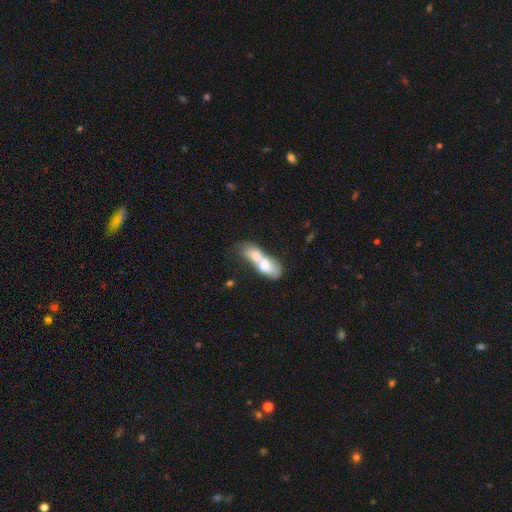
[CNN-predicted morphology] type=smooth (57%); roundness=in between (68%); merging=merger (77%).